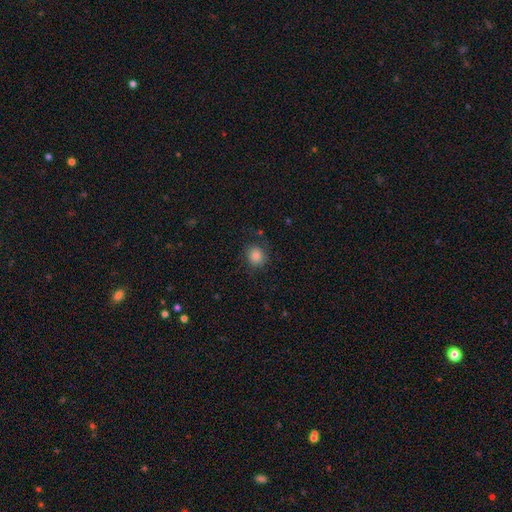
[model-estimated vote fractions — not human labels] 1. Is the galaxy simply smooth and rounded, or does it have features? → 83% smooth, 11% star or artifact, 6% featured or disk.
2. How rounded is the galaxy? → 78% round, 21% in between, 1% cigar-shaped.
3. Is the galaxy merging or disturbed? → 78% none, 15% minor disturbance, 6% major disturbance, 1% merger.